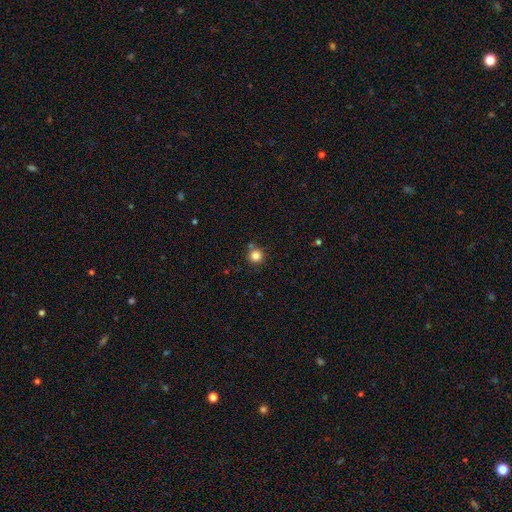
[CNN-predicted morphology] Smooth or featured: smooth — 84% (star or artifact — 11%)
How rounded: round — 94% (in between — 5%)
Merging: none — 78% (minor disturbance — 10%)